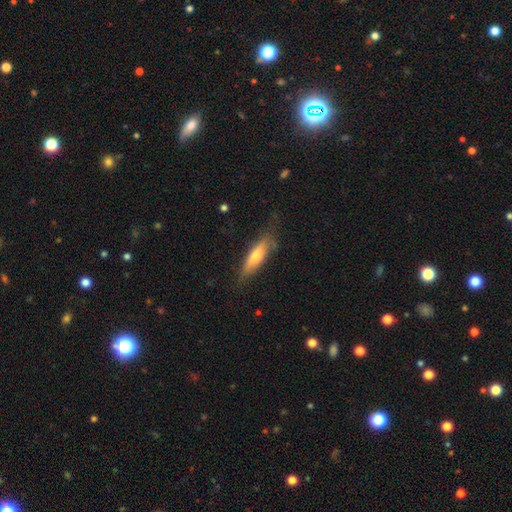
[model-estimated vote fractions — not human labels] The model was most divided on "smooth or featured": smooth: 64%, featured or disk: 30%, star or artifact: 6%. More confident: merging — none (72%); how rounded — cigar-shaped (68%).